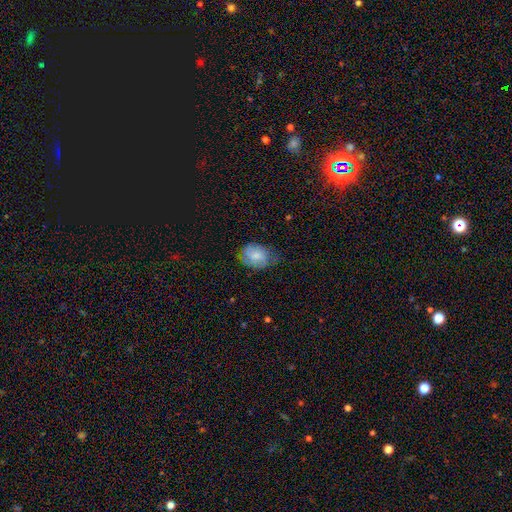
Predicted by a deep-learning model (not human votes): smooth_or_featured: smooth (p=0.69) [alt: featured or disk p=0.24]
how_rounded: in between (p=0.70) [alt: round p=0.29]
merging: none (p=0.61) [alt: minor disturbance p=0.29]